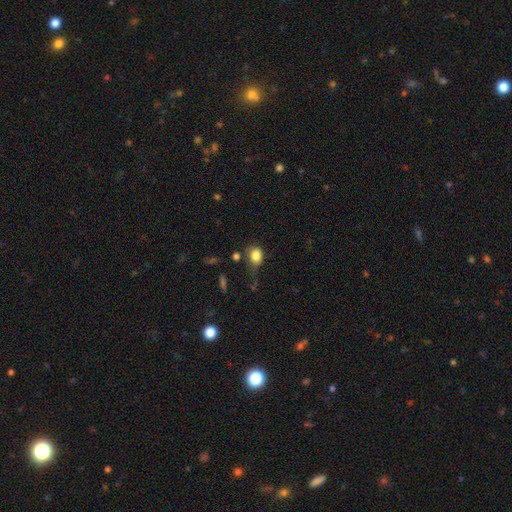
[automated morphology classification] Smooth or featured: smooth — 83% (star or artifact — 10%)
How rounded: in between — 52% (round — 47%)
Merging: none — 47% (minor disturbance — 32%)